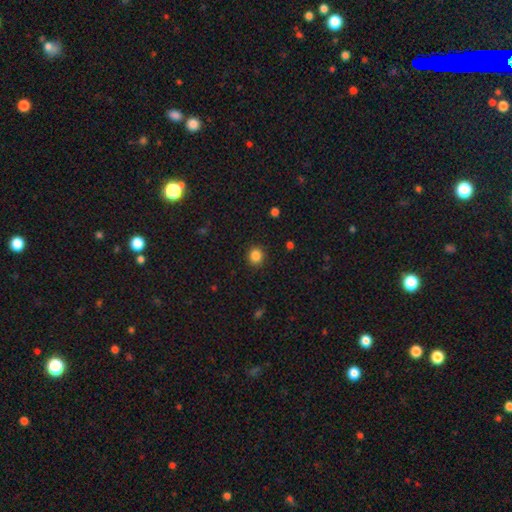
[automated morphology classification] A smooth galaxy with no disk features (85%) that is round (83%).

Vote fractions:
- Smooth or featured? smooth: 85% / star or artifact: 11% / featured or disk: 4%
- How rounded? round: 83% / in between: 16% / cigar-shaped: 1%
- Merging? none: 90% / minor disturbance: 6% / major disturbance: 2% / merger: 1%